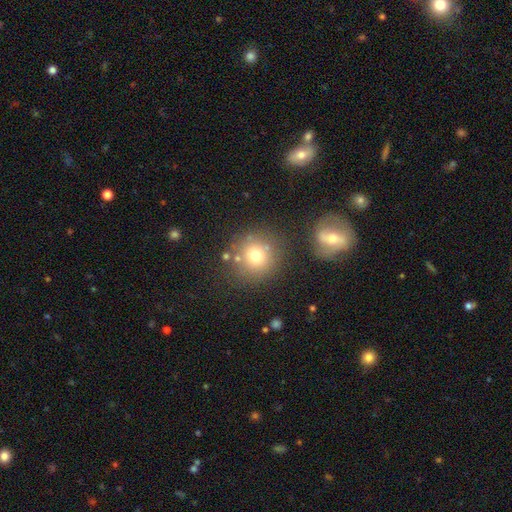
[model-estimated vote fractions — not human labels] The model was most divided on "smooth or featured": smooth: 73%, star or artifact: 14%, featured or disk: 13%. More confident: how rounded — round (91%); merging — none (76%).